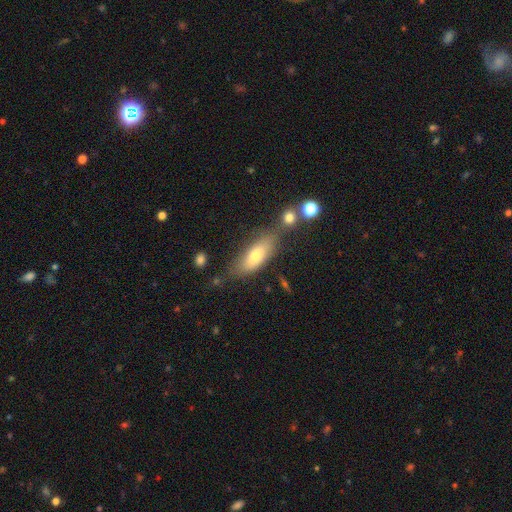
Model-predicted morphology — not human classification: Smooth or featured? Predicted: smooth (p=0.69). How rounded? Predicted: in between (p=0.67). Merging? Predicted: none (p=0.60).